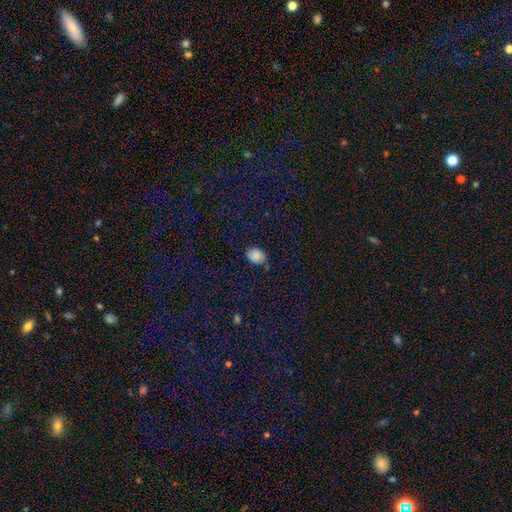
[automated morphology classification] This is clearly a smooth galaxy (81%). How rounded: likely in between (73%). Merging: likely none (75%).